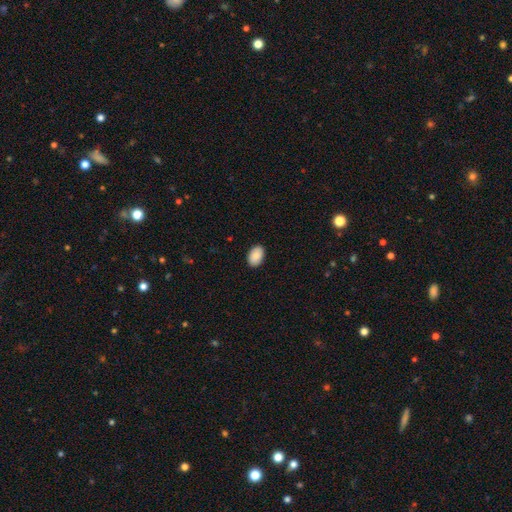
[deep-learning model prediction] smooth-or-featured: smooth: 90% | star or artifact: 6% | featured or disk: 4%
  how-rounded: in between: 88% | round: 11% | cigar-shaped: 1%
  merging: none: 89% | minor disturbance: 8% | major disturbance: 2% | merger: 1%